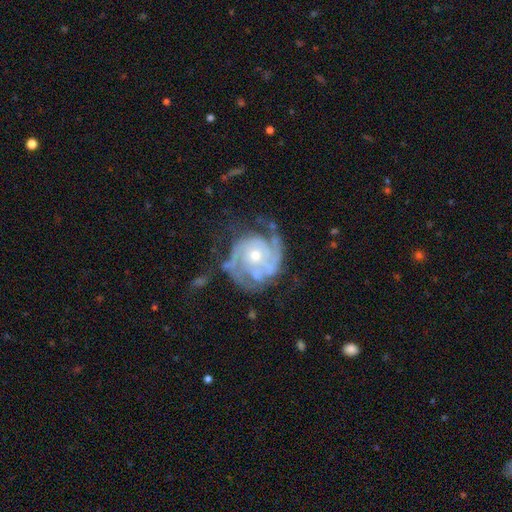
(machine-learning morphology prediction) A featured or disk galaxy (87%) with no bar (78%), 2 (42%) tight (65%) spiral arms (94%) and a moderate central bulge (50%). Merging: none (59%).